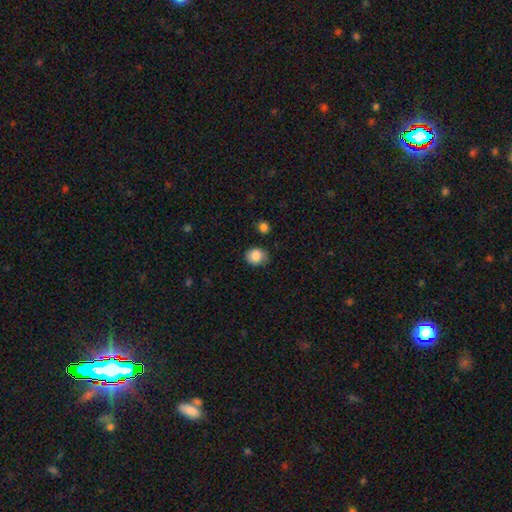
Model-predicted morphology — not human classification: Smooth or featured? Predicted: smooth (p=0.86). How rounded? Predicted: round (p=0.70). Merging? Predicted: none (p=0.72).